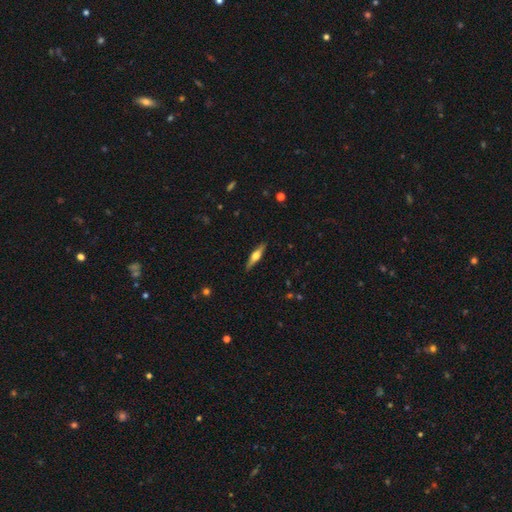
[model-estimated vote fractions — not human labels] A featured or disk galaxy (61%) viewed edge-on (96%) with a rounded central bulge (92%). Merging: none (90%).